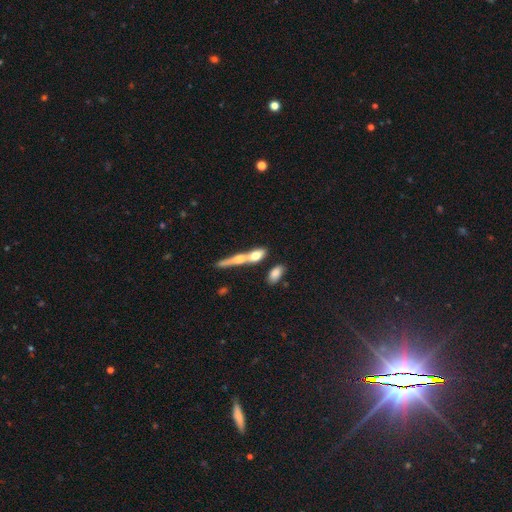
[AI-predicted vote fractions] Smooth or featured: smooth — 59% (featured or disk — 33%)
How rounded: cigar-shaped — 46% (in between — 45%)
Merging: merger — 45% (none — 37%)